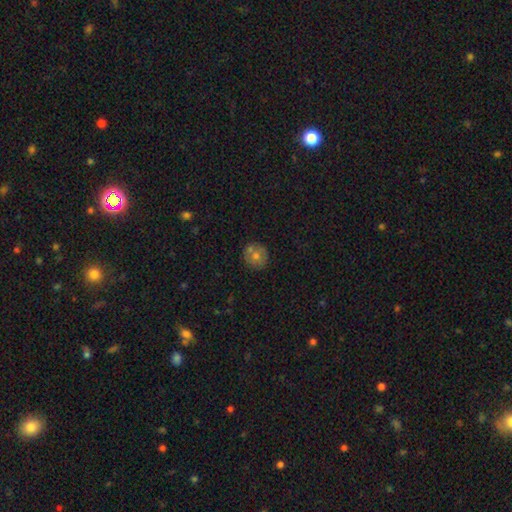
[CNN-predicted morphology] This appears to be a smooth galaxy with no disk features (61%) that is round (89%). Merging: none (72%).